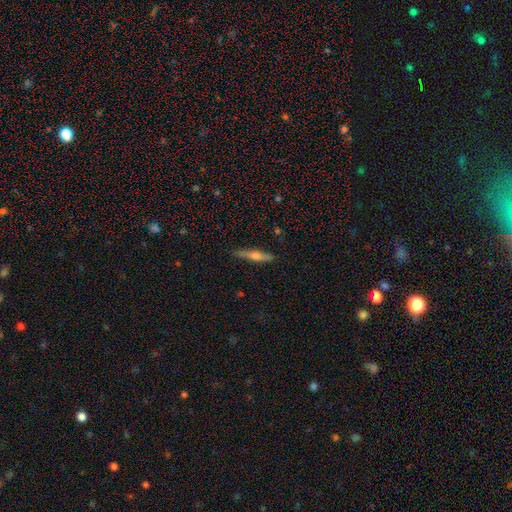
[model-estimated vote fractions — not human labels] This appears to be a featured or disk galaxy (60%) viewed edge-on (97%) with a rounded central bulge (85%). Merging: none (90%).